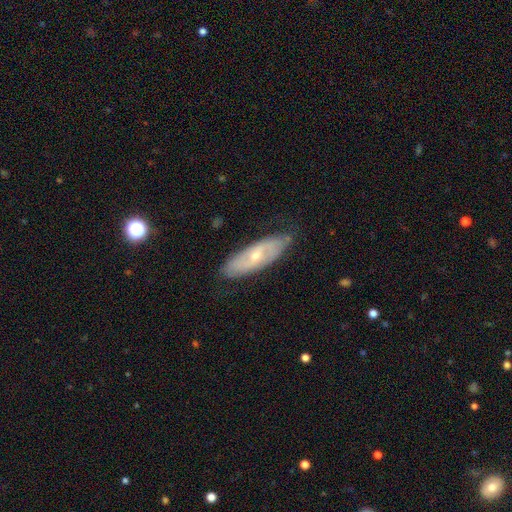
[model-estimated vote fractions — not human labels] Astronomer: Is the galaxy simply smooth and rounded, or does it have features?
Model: featured or disk — 61%.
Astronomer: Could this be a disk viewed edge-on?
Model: no — 76%.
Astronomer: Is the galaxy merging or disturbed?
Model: none — 75%.